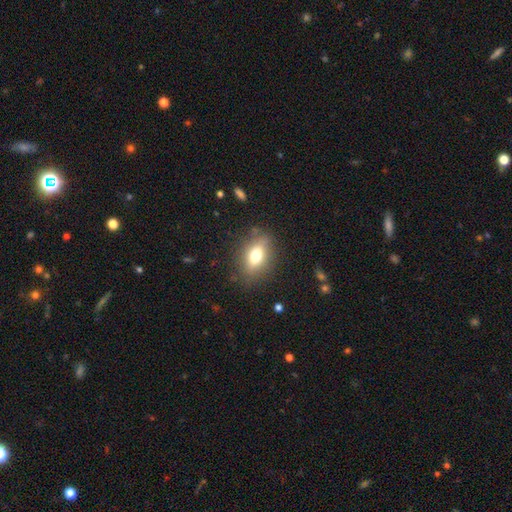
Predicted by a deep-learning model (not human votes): Q: Smooth or featured?
A: smooth (68%); runner-up: featured or disk (22%)
Q: How rounded?
A: in between (76%); runner-up: round (16%)
Q: Merging?
A: none (81%); runner-up: minor disturbance (13%)